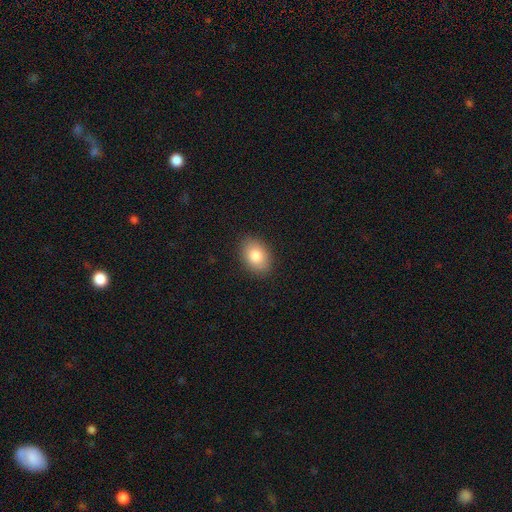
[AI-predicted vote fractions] The model was most divided on "how rounded": in between: 79%, round: 20%, cigar-shaped: 1%. More confident: merging — none (88%); smooth or featured — smooth (83%).